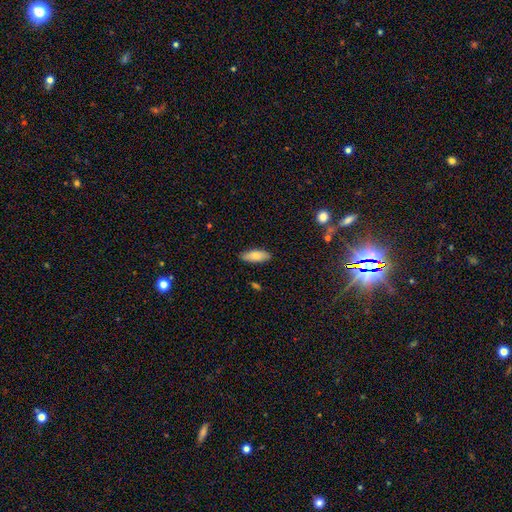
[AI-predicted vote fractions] Overall: smooth (80%). How rounded: in between (71%). Merging: none (85%).